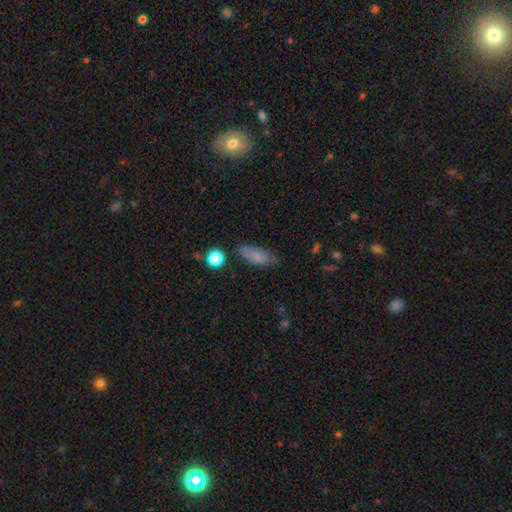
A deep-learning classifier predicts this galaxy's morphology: smooth-or-featured: smooth: 80% | featured or disk: 11% | star or artifact: 9%
  how-rounded: in between: 72% | cigar-shaped: 25% | round: 3%
  merging: none: 71% | minor disturbance: 21% | major disturbance: 5% | merger: 3%